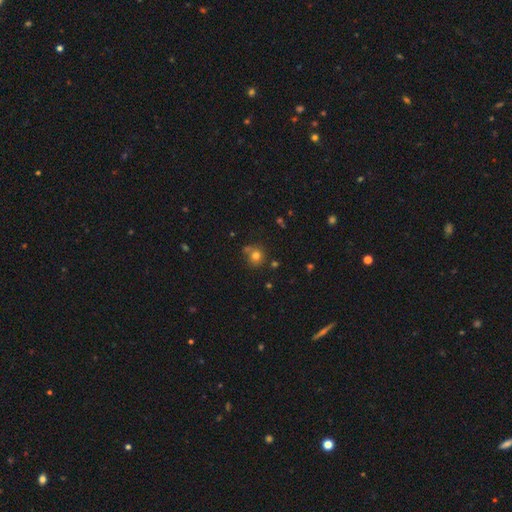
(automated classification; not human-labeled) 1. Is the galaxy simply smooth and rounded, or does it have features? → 76% smooth, 15% star or artifact, 9% featured or disk.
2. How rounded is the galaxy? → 86% round, 13% in between, 1% cigar-shaped.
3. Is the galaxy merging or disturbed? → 65% none, 16% merger, 14% minor disturbance, 5% major disturbance.